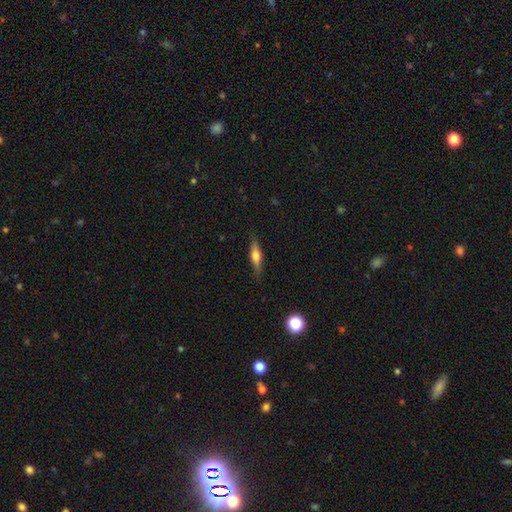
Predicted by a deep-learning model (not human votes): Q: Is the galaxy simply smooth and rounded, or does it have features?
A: smooth — 52%.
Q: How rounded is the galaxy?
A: cigar-shaped — 70%.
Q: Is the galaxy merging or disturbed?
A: none — 83%.